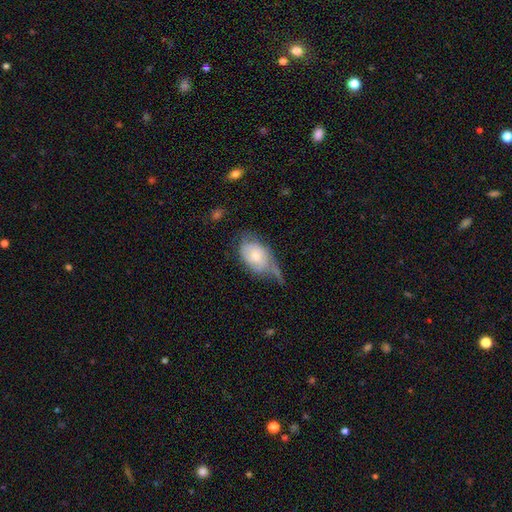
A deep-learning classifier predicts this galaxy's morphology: A featured or disk galaxy (47%).

Vote fractions:
- Smooth or featured? featured or disk: 47% / smooth: 46% / star or artifact: 7%
- Merging? minor disturbance: 34% (tied) / major disturbance: 34% (tied) / none: 26% / merger: 6%